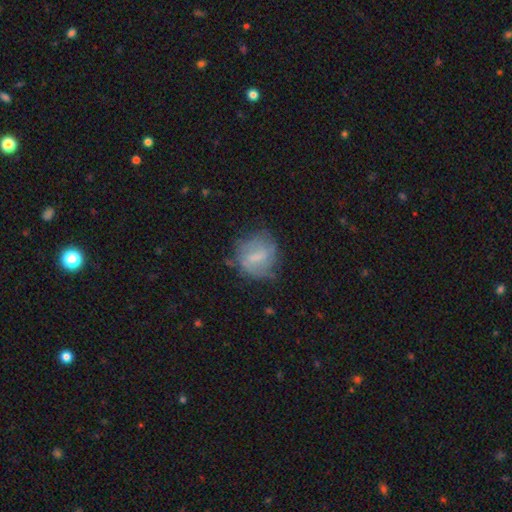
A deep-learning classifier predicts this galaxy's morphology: This appears to be a smooth galaxy with no disk features (46%). Merging: none (58%).